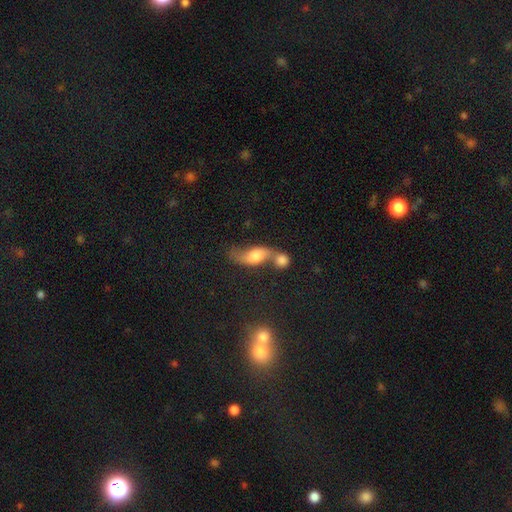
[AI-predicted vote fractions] smooth-or-featured: smooth: 50% | featured or disk: 40% | star or artifact: 10%
  merging: merger: 54% | none: 26% | minor disturbance: 12% | major disturbance: 9%